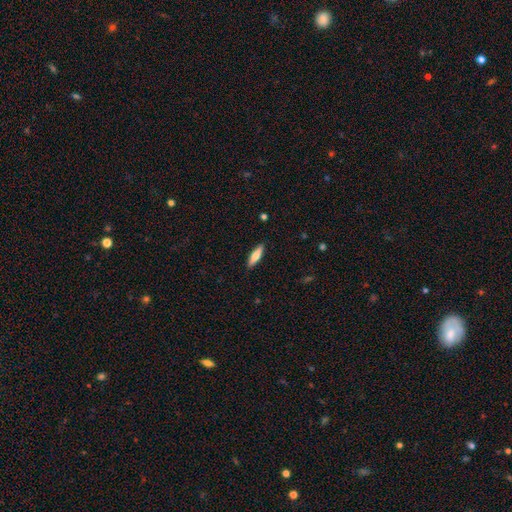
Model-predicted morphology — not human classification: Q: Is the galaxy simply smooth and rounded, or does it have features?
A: smooth — 65%.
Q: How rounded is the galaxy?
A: cigar-shaped — 70%.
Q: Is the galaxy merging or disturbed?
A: none — 90%.